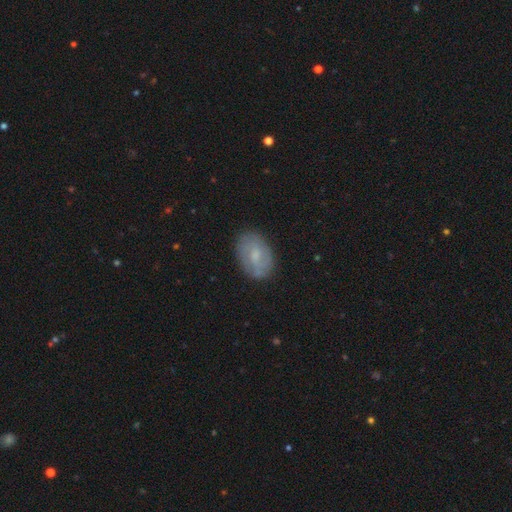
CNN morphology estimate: smooth_or_featured: featured or disk (p=0.49) [alt: smooth p=0.43]
merging: none (p=0.79) [alt: minor disturbance p=0.15]